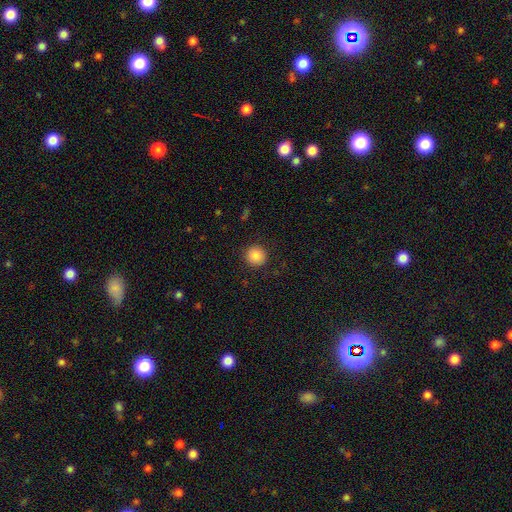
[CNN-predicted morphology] A smooth galaxy with no disk features (87%) that is round (93%). Merging: none (90%).